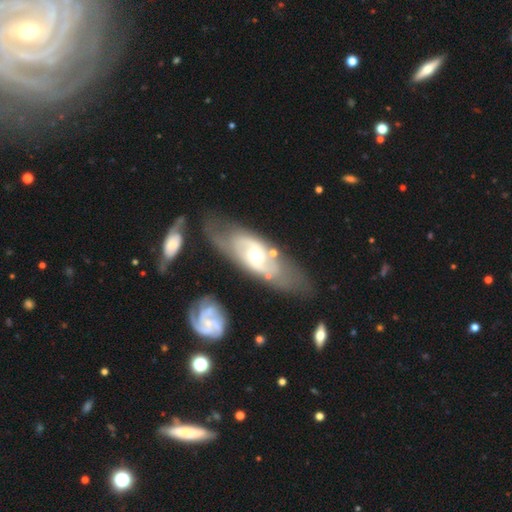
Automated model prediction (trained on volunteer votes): Q: Smooth or featured?
A: featured or disk (72%); runner-up: smooth (22%)
Q: Edge-on disk?
A: no (88%); runner-up: yes (12%)
Q: Bar?
A: no (58%); runner-up: weak (30%)
Q: Spiral arms?
A: yes (69%); runner-up: no (31%)
Q: Bulge size?
A: moderate (62%); runner-up: small (29%)
Q: Merging?
A: none (68%); runner-up: minor disturbance (17%)